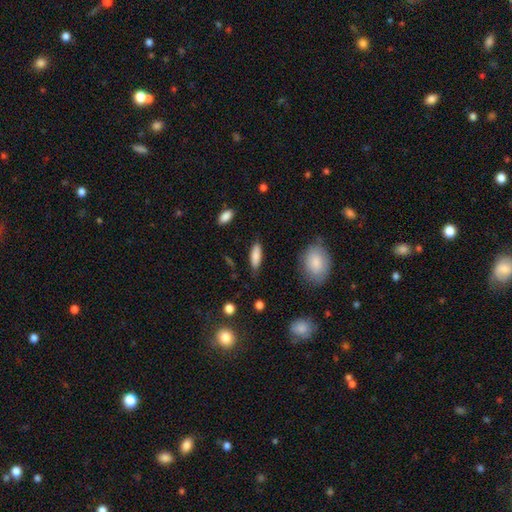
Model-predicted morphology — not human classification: smooth 83%, featured or disk 10%, star or artifact 7%. Down the decision tree: how rounded — in between (51%); merging — none (81%).